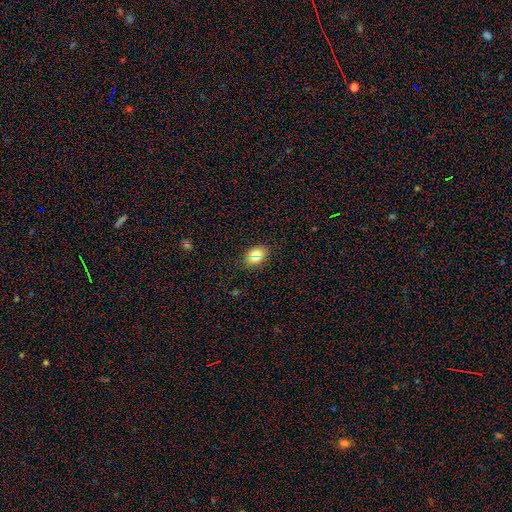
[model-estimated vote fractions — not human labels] The model was most divided on "how rounded": in between: 69%, round: 28%, cigar-shaped: 3%. More confident: merging — none (85%); smooth or featured — smooth (72%).